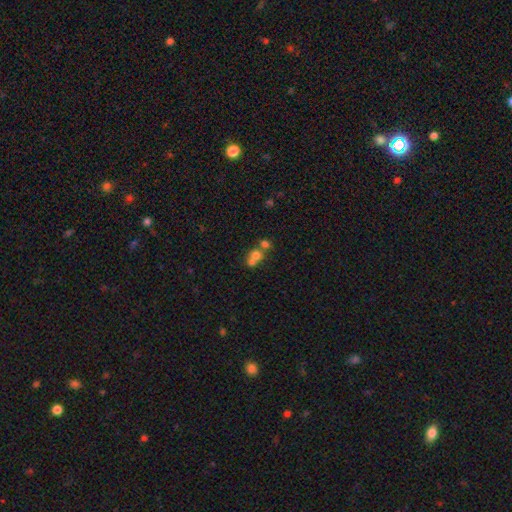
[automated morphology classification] This appears to be a smooth galaxy with no disk features (65%) that is round (75%). Merging: merger (61%).